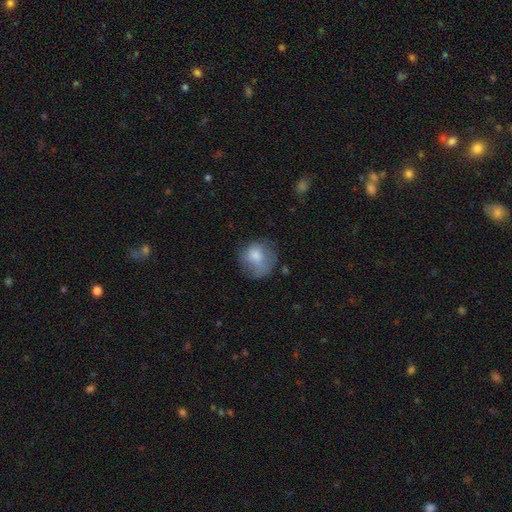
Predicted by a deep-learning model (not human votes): Smooth or featured?
  - smooth: 71% *
  - featured or disk: 19%
  - star or artifact: 10%
How rounded?
  - round: 78% *
  - in between: 21%
  - cigar-shaped: 1%
Merging?
  - none: 54% *
  - minor disturbance: 27%
  - major disturbance: 16%
  - merger: 3%